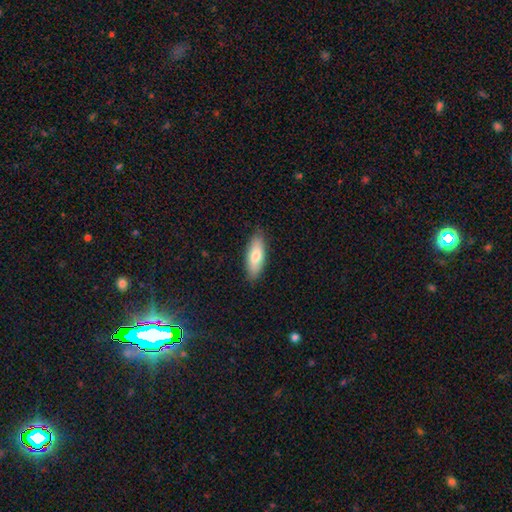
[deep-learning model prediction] Smooth or featured?
  - smooth: 76% *
  - featured or disk: 19%
  - star or artifact: 6%
How rounded?
  - in between: 67% *
  - cigar-shaped: 31%
  - round: 2%
Merging?
  - none: 86% *
  - minor disturbance: 11%
  - major disturbance: 2%
  - merger: 1%